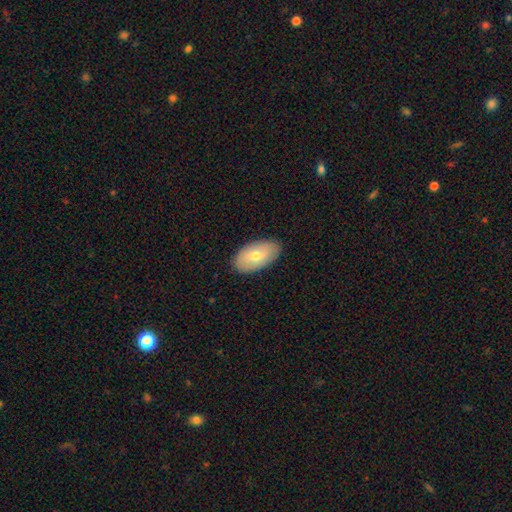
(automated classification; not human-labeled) Smooth or featured?
  - smooth: 66% *
  - featured or disk: 28%
  - star or artifact: 6%
How rounded?
  - in between: 94% *
  - round: 4%
  - cigar-shaped: 2%
Merging?
  - none: 87% *
  - minor disturbance: 10%
  - major disturbance: 2%
  - merger: 1%